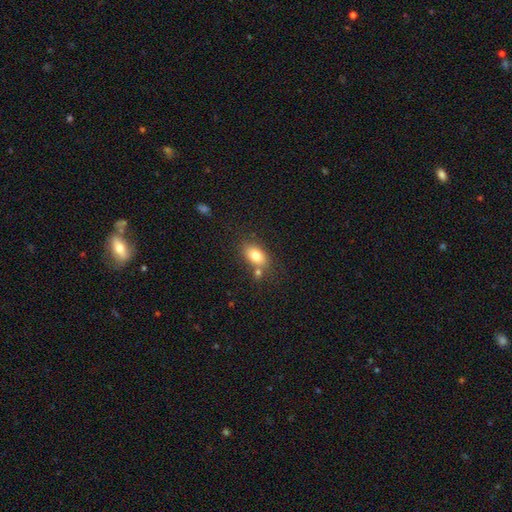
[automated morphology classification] Q: Smooth or featured?
A: smooth (79%); runner-up: featured or disk (12%)
Q: How rounded?
A: in between (85%); runner-up: round (13%)
Q: Merging?
A: none (66%); runner-up: merger (16%)